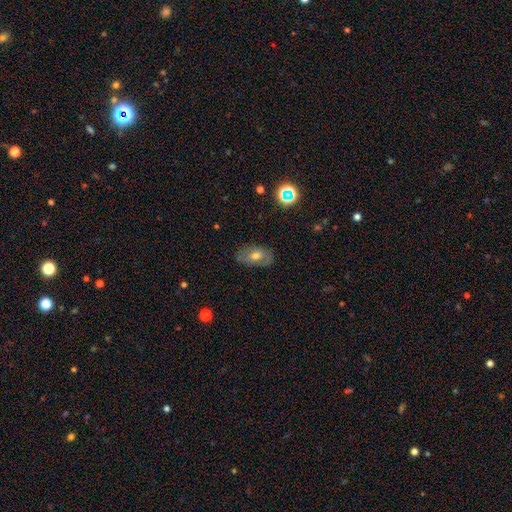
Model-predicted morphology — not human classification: The model was most divided on "smooth or featured": smooth: 55%, featured or disk: 34%, star or artifact: 12%. More confident: how rounded — in between (86%); merging — none (76%).